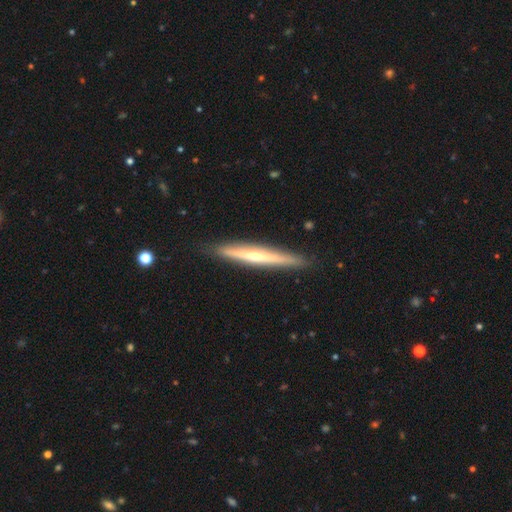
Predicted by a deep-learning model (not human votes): Smooth or featured? featured or disk (66%)
Edge-on disk? yes (96%)
Edge-on bulge? rounded (72%)
Merging? none (89%)